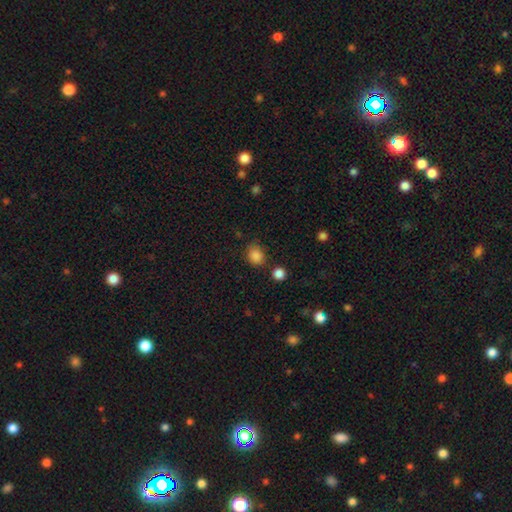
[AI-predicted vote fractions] Overall: smooth (85%). How rounded: round (61%; in between 38%). Merging: none (73%).